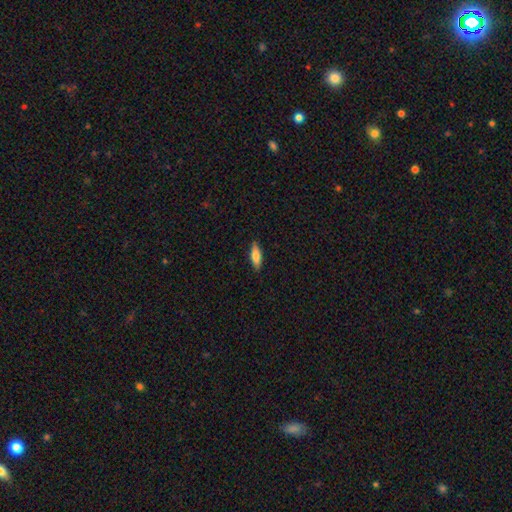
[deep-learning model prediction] smooth_or_featured: smooth (p=0.79) [alt: featured or disk p=0.15]
how_rounded: in between (p=0.52) [alt: cigar-shaped p=0.46]
merging: none (p=0.88) [alt: minor disturbance p=0.09]